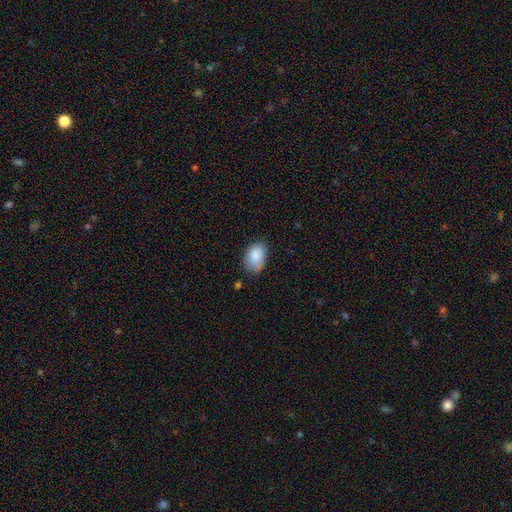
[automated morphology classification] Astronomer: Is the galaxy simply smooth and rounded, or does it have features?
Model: smooth — 87%.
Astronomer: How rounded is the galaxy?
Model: in between — 85%.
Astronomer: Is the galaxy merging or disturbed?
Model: none — 64%.